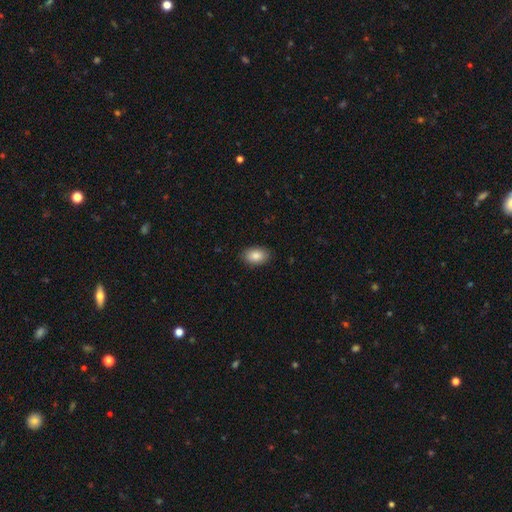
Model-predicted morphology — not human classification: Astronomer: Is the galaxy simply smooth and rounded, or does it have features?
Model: smooth — 87%.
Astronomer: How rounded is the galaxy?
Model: in between — 89%.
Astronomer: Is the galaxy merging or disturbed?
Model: none — 88%.